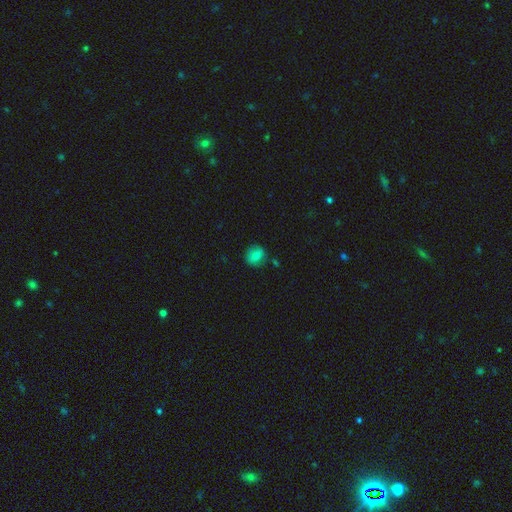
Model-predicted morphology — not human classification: Overall: smooth (74%). How rounded: round (82%). Merging: none (79%).